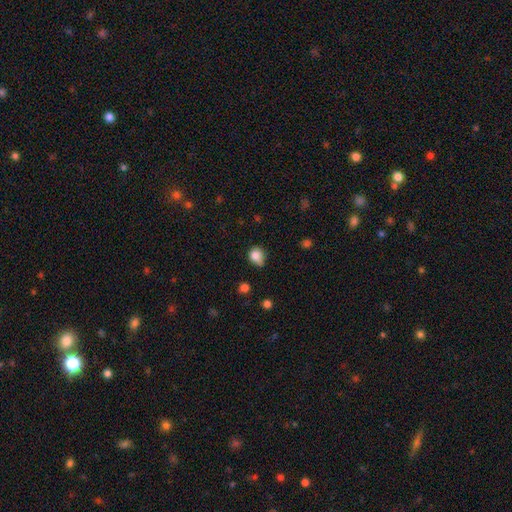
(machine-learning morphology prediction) This is clearly a smooth galaxy (83%). How rounded: likely round (69%). Merging: possibly none (47%).